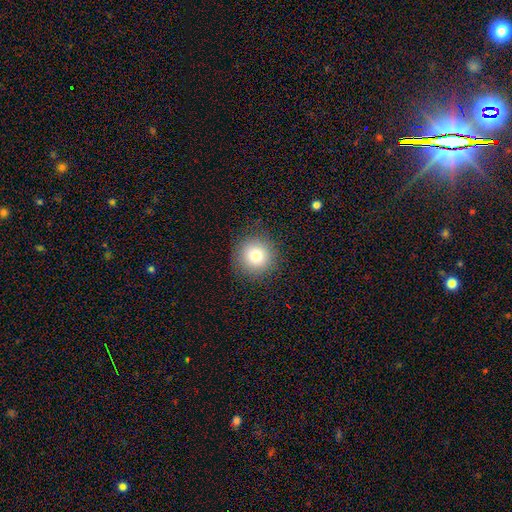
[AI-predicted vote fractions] Smooth or featured? Predicted: smooth (p=0.78). How rounded? Predicted: round (p=0.95). Merging? Predicted: none (p=0.89).